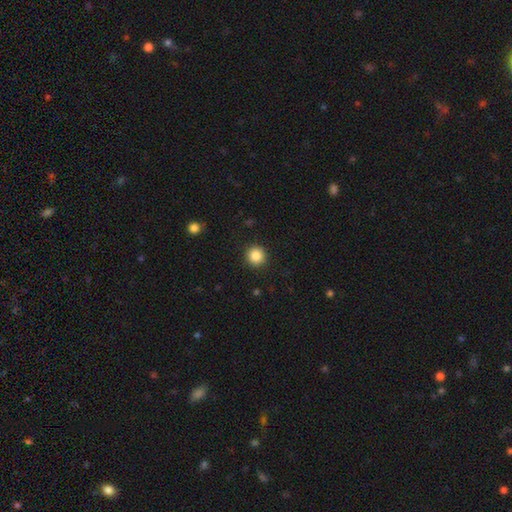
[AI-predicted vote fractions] Smooth or featured: smooth — 86% (star or artifact — 10%)
How rounded: round — 94% (in between — 5%)
Merging: none — 92% (minor disturbance — 5%)